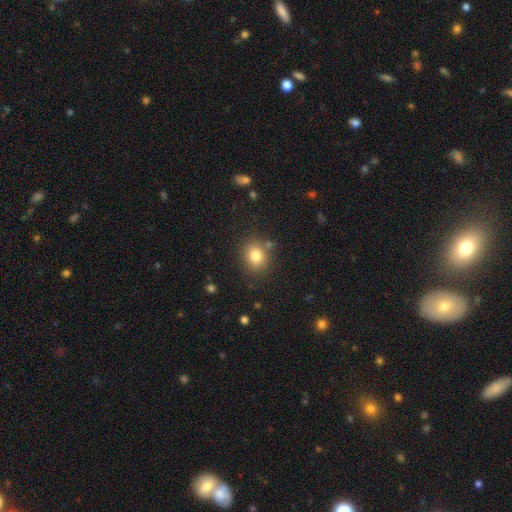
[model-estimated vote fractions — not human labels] Q: Smooth or featured?
A: smooth (80%); runner-up: star or artifact (12%)
Q: How rounded?
A: round (68%); runner-up: in between (31%)
Q: Merging?
A: none (82%); runner-up: minor disturbance (10%)